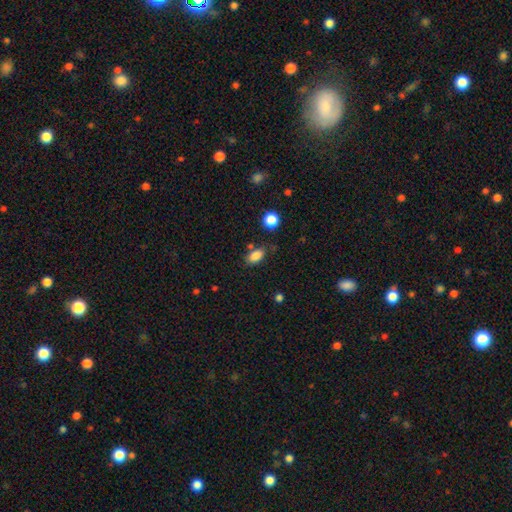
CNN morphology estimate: A smooth galaxy with no disk features (85%) that is in between round and cigar-shaped (87%). Merging: none (73%).